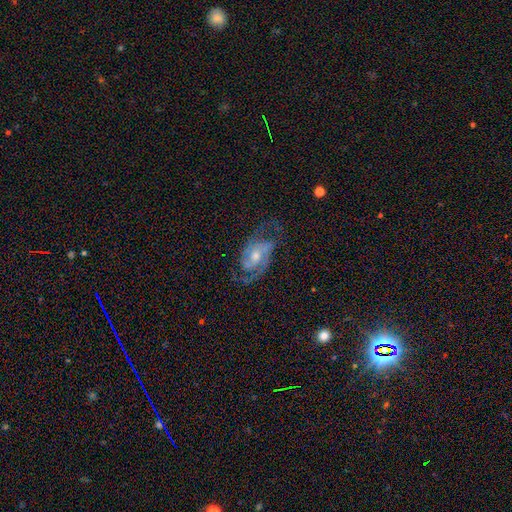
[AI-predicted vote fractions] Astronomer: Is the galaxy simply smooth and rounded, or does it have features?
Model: featured or disk — 87%.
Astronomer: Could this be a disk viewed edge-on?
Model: no — 97%.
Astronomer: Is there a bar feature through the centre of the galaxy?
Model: no — 54% (runner-up: weak, 37%).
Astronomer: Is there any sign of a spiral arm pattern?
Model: yes — 96%.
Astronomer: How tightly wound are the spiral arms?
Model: medium — 49% (runner-up: tight, 37%).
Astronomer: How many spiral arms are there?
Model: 2 — 74%.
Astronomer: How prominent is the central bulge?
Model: moderate — 59%.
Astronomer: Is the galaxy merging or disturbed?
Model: none — 69%.